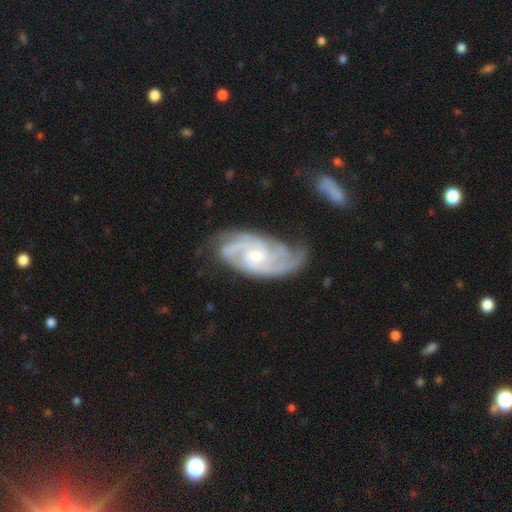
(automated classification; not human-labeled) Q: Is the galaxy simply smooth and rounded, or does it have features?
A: featured or disk — 90%.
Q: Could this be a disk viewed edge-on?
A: no — 96%.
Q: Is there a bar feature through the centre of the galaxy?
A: no — 60%.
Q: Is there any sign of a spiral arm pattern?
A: yes — 98%.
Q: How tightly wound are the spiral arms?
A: tight — 58%.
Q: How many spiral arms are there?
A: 3 — 37%.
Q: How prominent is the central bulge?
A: moderate — 50%.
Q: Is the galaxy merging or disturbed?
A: none — 67%.